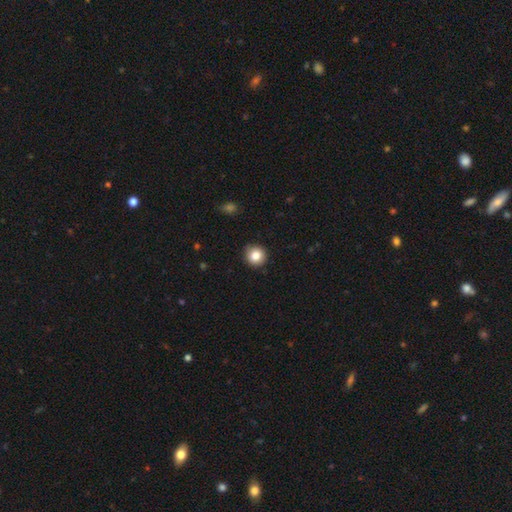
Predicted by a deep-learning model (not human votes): Q: Smooth or featured?
A: smooth (84%); runner-up: star or artifact (10%)
Q: How rounded?
A: round (93%); runner-up: in between (6%)
Q: Merging?
A: none (88%); runner-up: minor disturbance (9%)